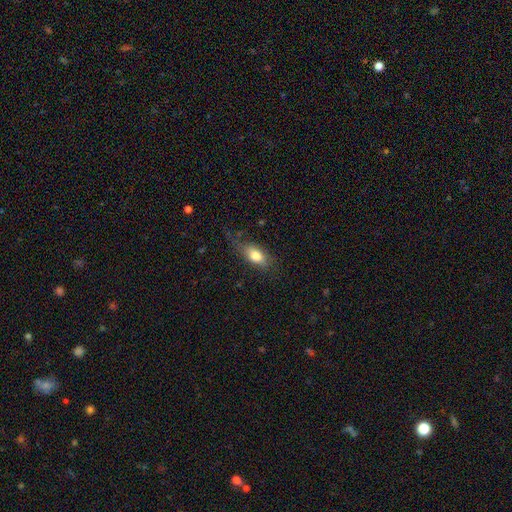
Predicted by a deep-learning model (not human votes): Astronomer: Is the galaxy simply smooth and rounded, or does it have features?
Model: smooth — 76%.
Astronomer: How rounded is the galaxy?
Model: in between — 82%.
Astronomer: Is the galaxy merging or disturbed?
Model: none — 57%.